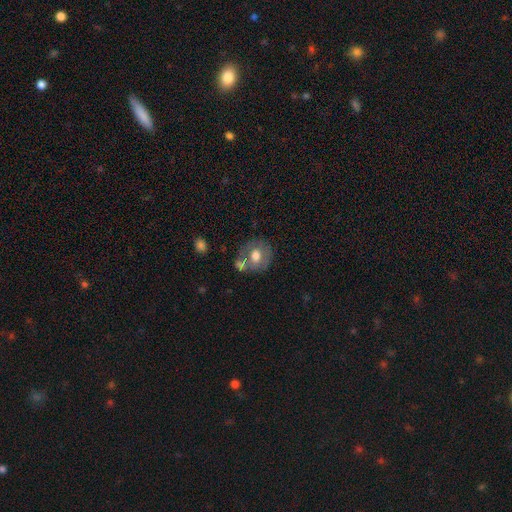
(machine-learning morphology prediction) The model was most divided on "smooth or featured": smooth: 61%, featured or disk: 30%, star or artifact: 8%. More confident: how rounded — round (76%); merging — none (55%).